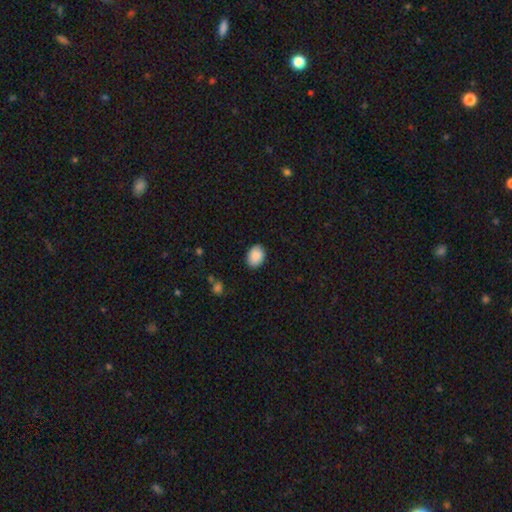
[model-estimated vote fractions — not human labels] This appears to be a smooth galaxy with no disk features (89%) that is in between round and cigar-shaped (69%). Merging: none (87%).